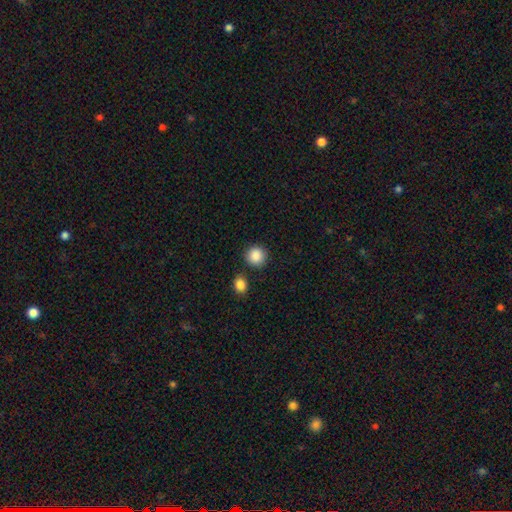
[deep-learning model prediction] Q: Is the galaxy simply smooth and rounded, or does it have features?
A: smooth — 89%.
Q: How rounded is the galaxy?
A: round — 92%.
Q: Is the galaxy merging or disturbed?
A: none — 86%.